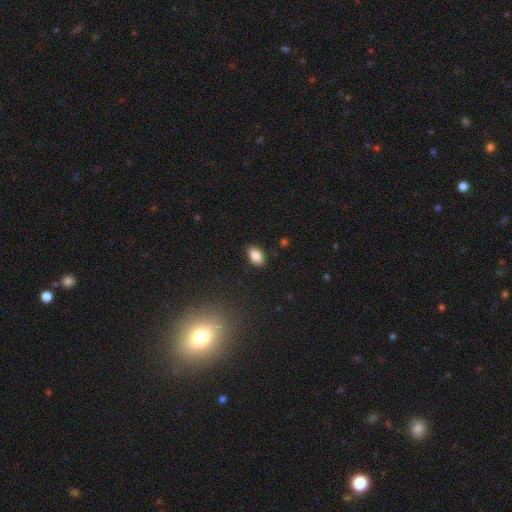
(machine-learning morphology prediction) Smooth or featured?
  - smooth: 86% *
  - star or artifact: 8%
  - featured or disk: 5%
How rounded?
  - in between: 91% *
  - round: 7%
  - cigar-shaped: 2%
Merging?
  - none: 88% *
  - minor disturbance: 9%
  - major disturbance: 2%
  - merger: 1%